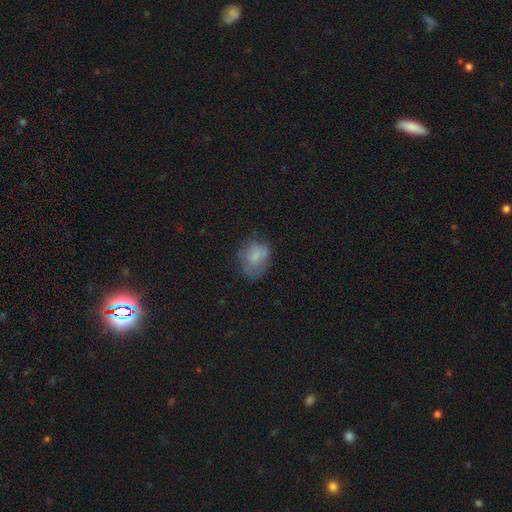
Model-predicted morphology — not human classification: Smooth or featured?
  - smooth: 71% *
  - featured or disk: 19%
  - star or artifact: 10%
How rounded?
  - in between: 58% *
  - round: 41%
  - cigar-shaped: 1%
Merging?
  - none: 52% *
  - minor disturbance: 29%
  - major disturbance: 17%
  - merger: 2%